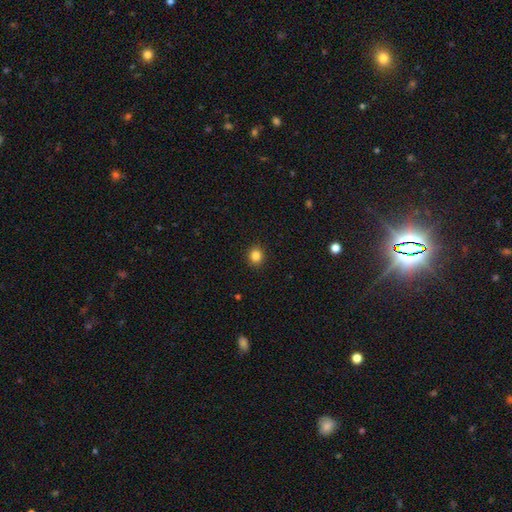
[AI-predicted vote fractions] smooth-or-featured: smooth: 84% | star or artifact: 11% | featured or disk: 4%
  how-rounded: round: 83% | in between: 16% | cigar-shaped: 1%
  merging: none: 91% | minor disturbance: 6% | major disturbance: 2% | merger: 1%